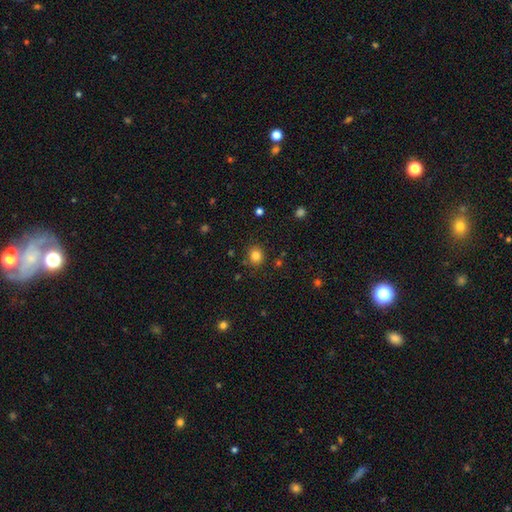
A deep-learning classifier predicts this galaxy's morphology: This is clearly a smooth galaxy (82%). How rounded: clearly round (82%). Merging: clearly none (85%).